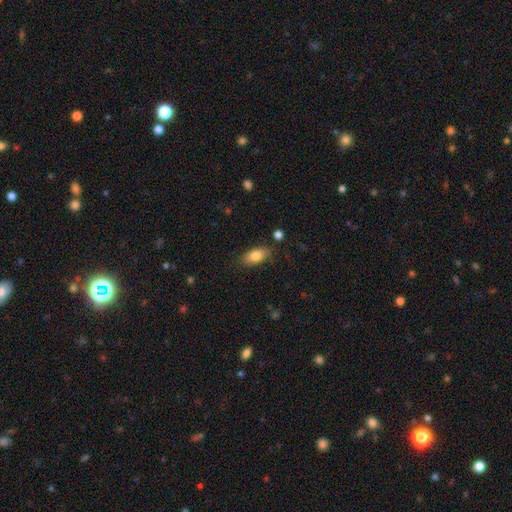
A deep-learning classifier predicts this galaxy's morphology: Smooth or featured?
  - smooth: 82% *
  - featured or disk: 11%
  - star or artifact: 7%
How rounded?
  - in between: 87% *
  - cigar-shaped: 9%
  - round: 4%
Merging?
  - none: 82% *
  - minor disturbance: 13%
  - major disturbance: 3%
  - merger: 2%